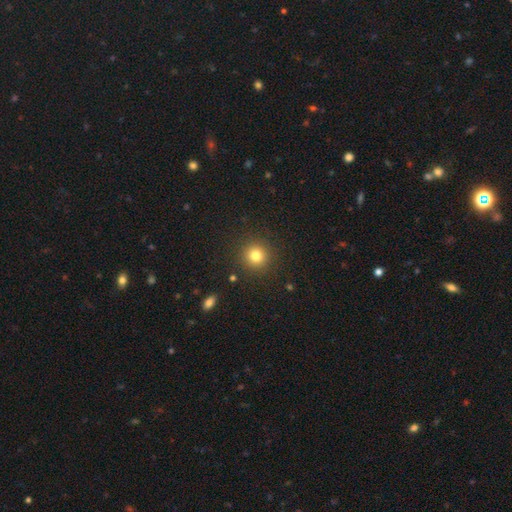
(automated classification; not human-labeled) Morphology: type=smooth (80%); roundness=round (94%); merging=none (91%).